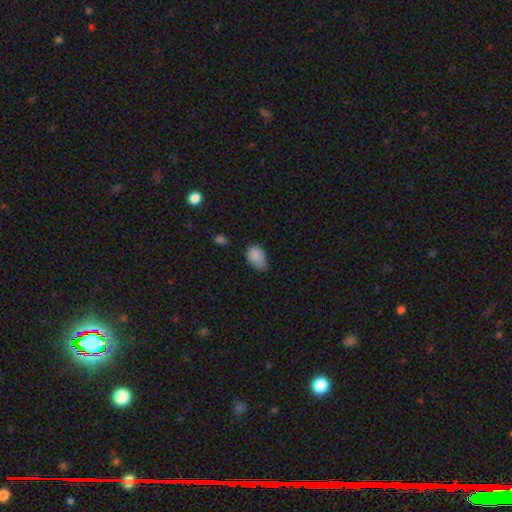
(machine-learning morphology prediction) This is clearly a smooth galaxy (86%). How rounded: clearly in between (85%). Merging: possibly minor disturbance (45%).